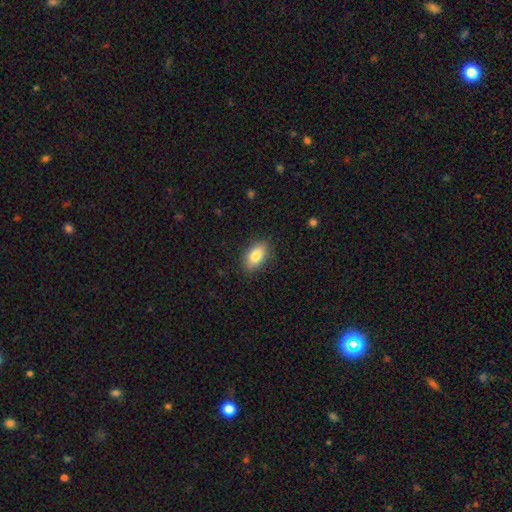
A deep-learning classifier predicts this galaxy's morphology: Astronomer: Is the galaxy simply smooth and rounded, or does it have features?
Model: smooth — 83%.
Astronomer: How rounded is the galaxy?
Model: in between — 90%.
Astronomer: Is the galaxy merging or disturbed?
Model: none — 86%.